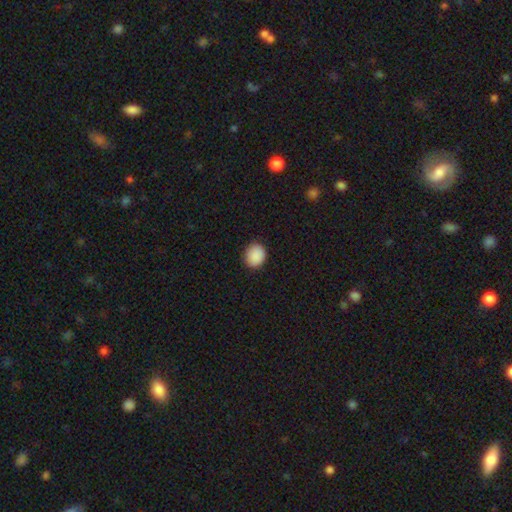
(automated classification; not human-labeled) Smooth or featured? smooth (90%)
How rounded? round (72%)
Merging? none (88%)